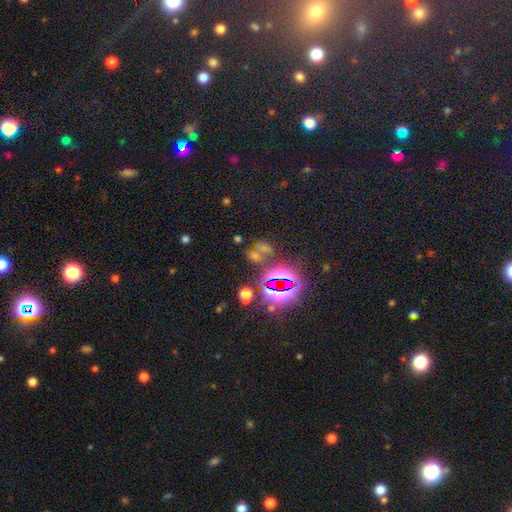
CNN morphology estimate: Smooth or featured? Predicted: star or artifact (p=0.55).